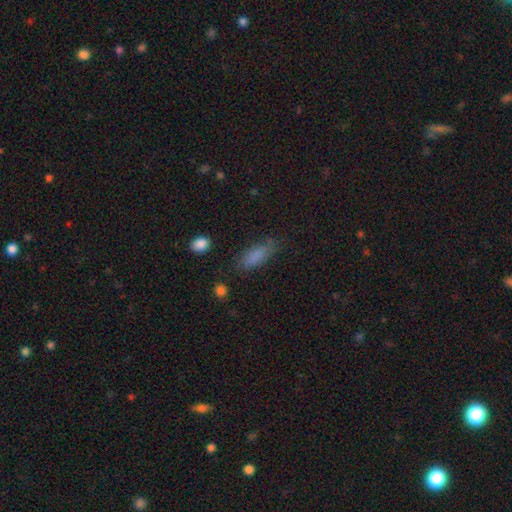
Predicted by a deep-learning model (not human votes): Smooth or featured? smooth (84%)
How rounded? in between (67%)
Merging? none (74%)